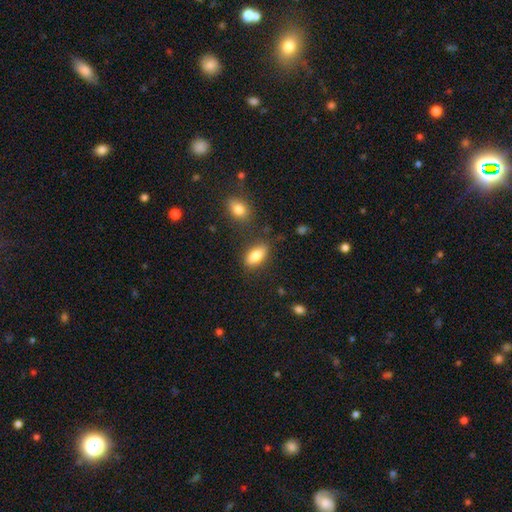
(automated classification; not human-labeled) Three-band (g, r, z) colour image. It shows a smooth galaxy with no disk features (83%) that is in between round and cigar-shaped (87%). Merging: none (78%).